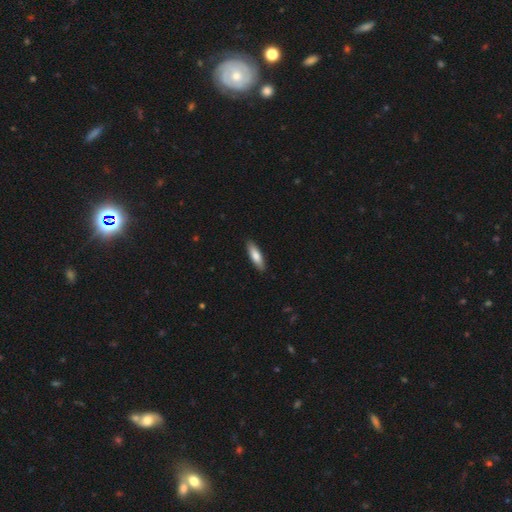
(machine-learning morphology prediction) A smooth galaxy with no disk features (79%) that is cigar-shaped (59%). Merging: none (89%).